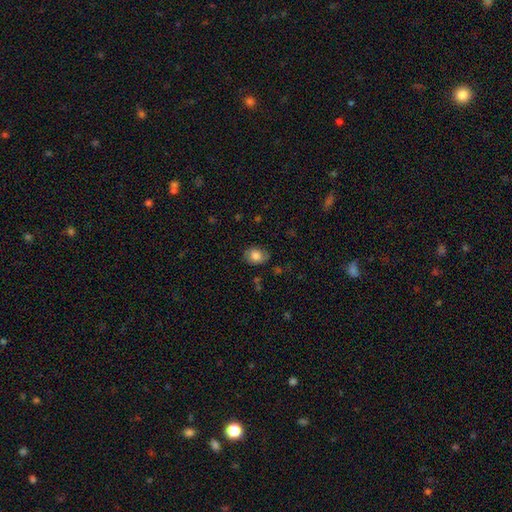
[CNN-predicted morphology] smooth_or_featured: smooth (p=0.79) [alt: featured or disk p=0.12]
how_rounded: in between (p=0.60) [alt: round p=0.39]
merging: none (p=0.75) [alt: minor disturbance p=0.18]